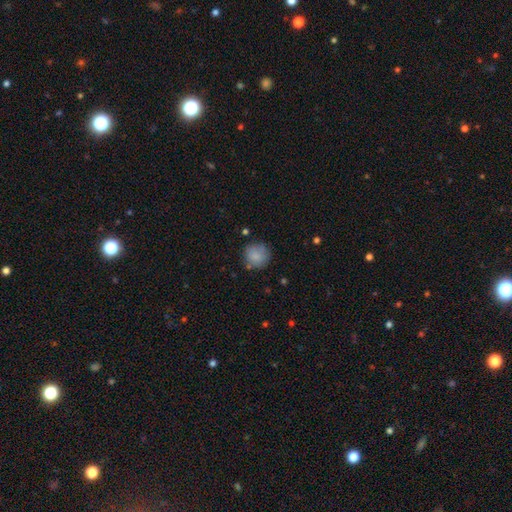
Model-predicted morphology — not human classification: This is clearly a smooth galaxy (83%). How rounded: clearly round (91%). Merging: likely none (76%).